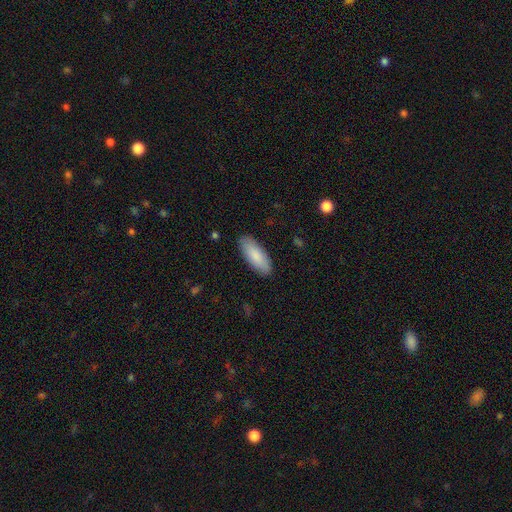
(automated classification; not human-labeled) The model was most divided on "how rounded": in between: 75%, cigar-shaped: 24%, round: 1%. More confident: merging — none (89%); smooth or featured — smooth (87%).